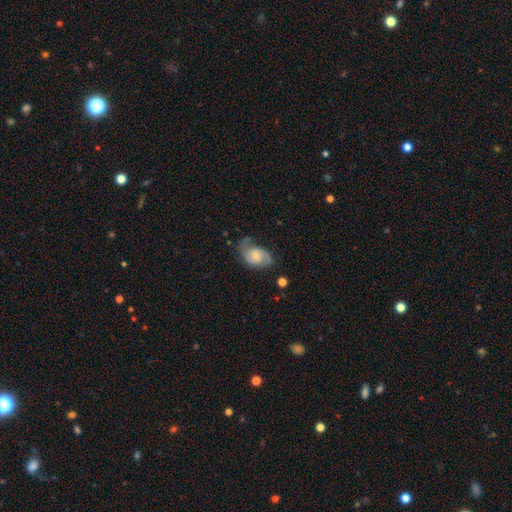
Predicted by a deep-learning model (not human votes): Q: Smooth or featured?
A: featured or disk (71%); runner-up: smooth (23%)
Q: Edge-on disk?
A: no (97%); runner-up: yes (3%)
Q: Bar?
A: no (68%); runner-up: weak (28%)
Q: Spiral arms?
A: yes (92%); runner-up: no (8%)
Q: Spiral winding?
A: medium (44%); runner-up: loose (29%)
Q: Spiral arm count?
A: 2 (76%); runner-up: 1 (12%)
Q: Bulge size?
A: small (50%); runner-up: moderate (43%)
Q: Merging?
A: none (54%); runner-up: minor disturbance (26%)